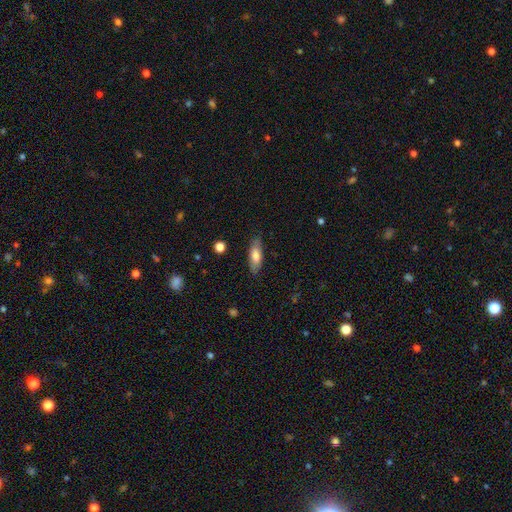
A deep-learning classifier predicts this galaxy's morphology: Smooth or featured? Predicted: smooth (p=0.72). How rounded? Predicted: in between (p=0.63). Merging? Predicted: none (p=0.85).